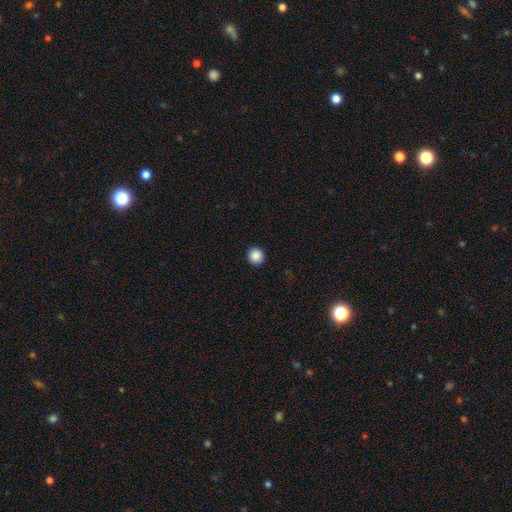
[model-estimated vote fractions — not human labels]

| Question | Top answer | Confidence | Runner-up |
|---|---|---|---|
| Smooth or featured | smooth | 87% | star or artifact (9%) |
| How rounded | round | 95% | in between (4%) |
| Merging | none | 94% | minor disturbance (4%) |